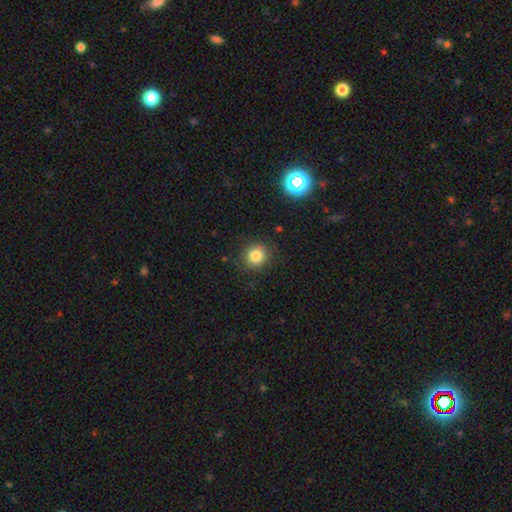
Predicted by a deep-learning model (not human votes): A smooth galaxy with no disk features (83%) that is round (87%).

Vote fractions:
- Smooth or featured? smooth: 83% / star or artifact: 11% / featured or disk: 6%
- How rounded? round: 87% / in between: 12% / cigar-shaped: 1%
- Merging? none: 86% / minor disturbance: 10% / major disturbance: 3% / merger: 1%